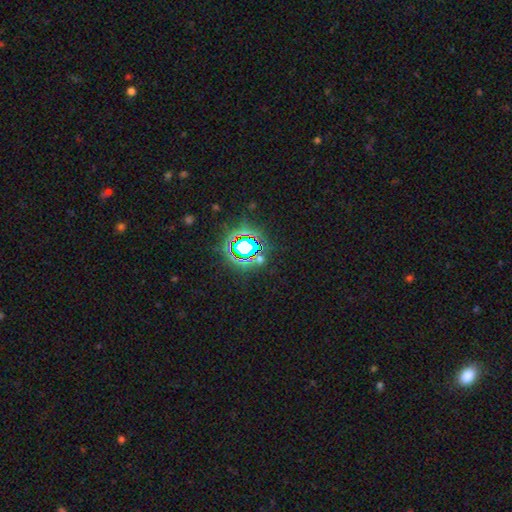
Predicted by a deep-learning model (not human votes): A star or artifact, not a galaxy (70%).